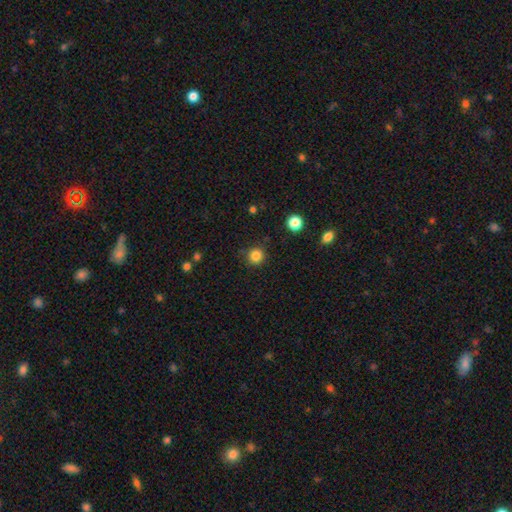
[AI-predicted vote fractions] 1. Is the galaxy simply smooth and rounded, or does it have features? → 84% smooth, 12% star or artifact, 4% featured or disk.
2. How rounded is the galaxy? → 94% round, 5% in between, 1% cigar-shaped.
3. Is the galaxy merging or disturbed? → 87% none, 8% minor disturbance, 3% major disturbance, 2% merger.